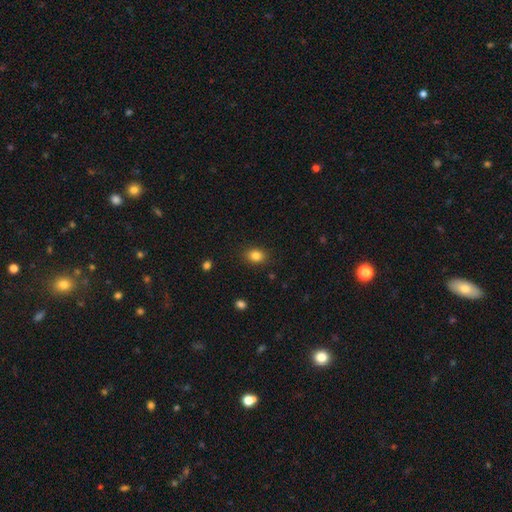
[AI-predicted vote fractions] Overall: smooth (84%). How rounded: in between (59%; round 40%). Merging: none (87%).